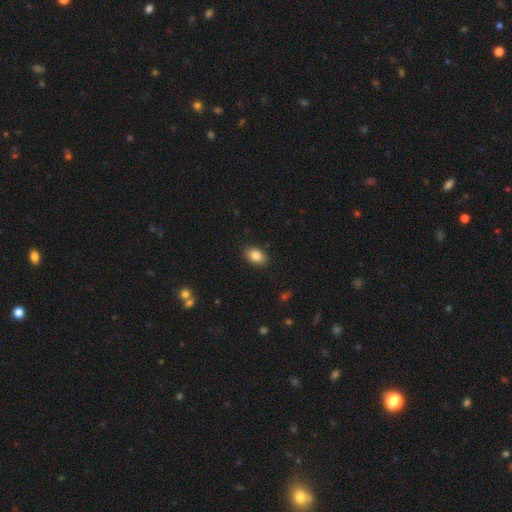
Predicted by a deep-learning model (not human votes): smooth 86%, star or artifact 8%, featured or disk 6%. Down the decision tree: how rounded — in between (86%); merging — none (88%).